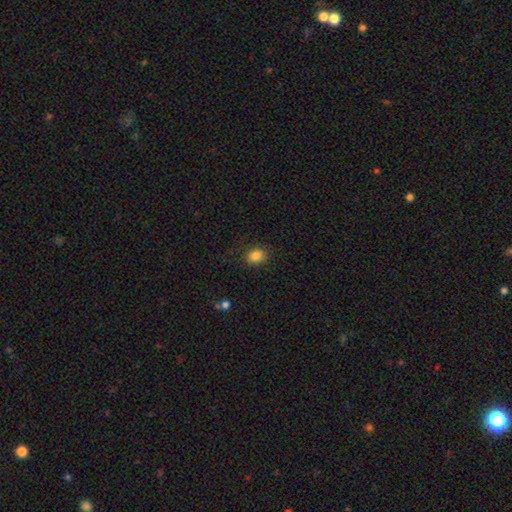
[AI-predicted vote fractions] A smooth galaxy with no disk features (85%) that is in between round and cigar-shaped (51%).

Vote fractions:
- Smooth or featured? smooth: 85% / star or artifact: 10% / featured or disk: 5%
- How rounded? in between: 51% / round: 48% / cigar-shaped: 1%
- Merging? none: 87% / minor disturbance: 9% / major disturbance: 3% / merger: 1%